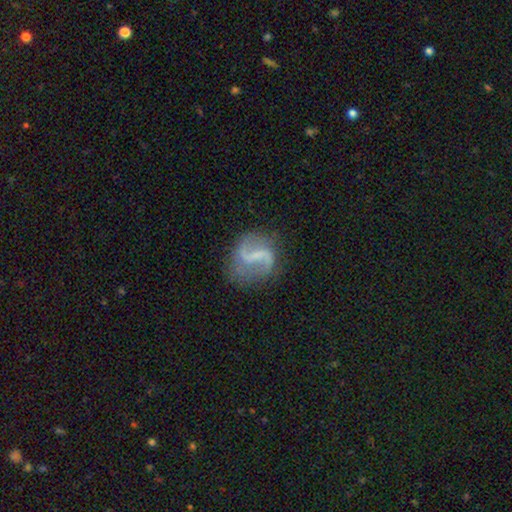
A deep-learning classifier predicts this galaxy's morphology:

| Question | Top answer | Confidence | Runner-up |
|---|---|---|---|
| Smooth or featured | featured or disk | 85% | smooth (9%) |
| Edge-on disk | no | 98% | yes (2%) |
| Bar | weak | 47% | strong (34%) |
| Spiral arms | yes | 94% | no (6%) |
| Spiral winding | loose | 60% | medium (33%) |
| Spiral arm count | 2 | 90% | 1 (4%) |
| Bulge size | none | 46% | small (41%) |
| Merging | none | 73% | minor disturbance (16%) |